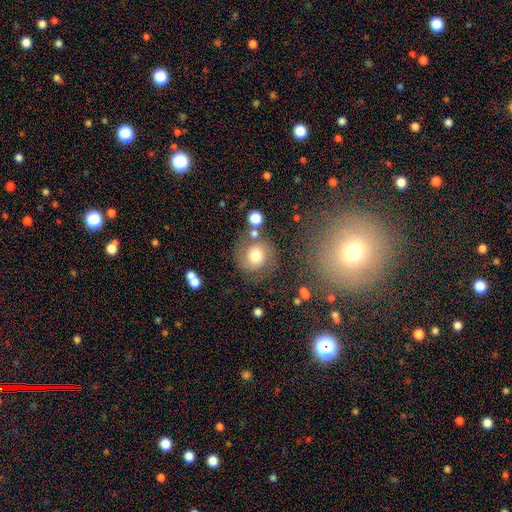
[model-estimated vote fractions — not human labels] smooth-or-featured: smooth: 57% | featured or disk: 31% | star or artifact: 12%
  how-rounded: round: 86% | in between: 13% | cigar-shaped: 1%
  merging: none: 68% | minor disturbance: 15% | merger: 9% | major disturbance: 8%